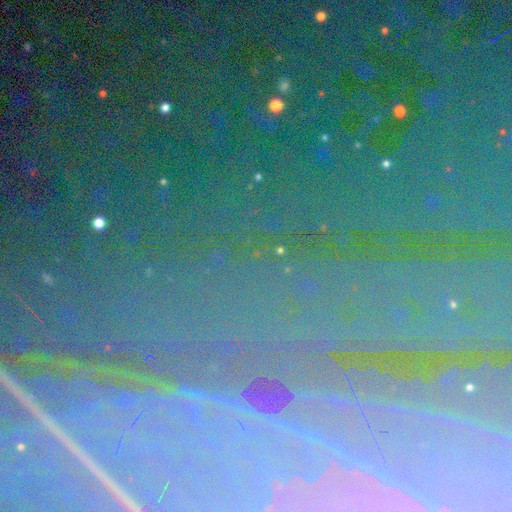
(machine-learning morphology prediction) smooth-or-featured: star or artifact: 75% | featured or disk: 13% | smooth: 12%